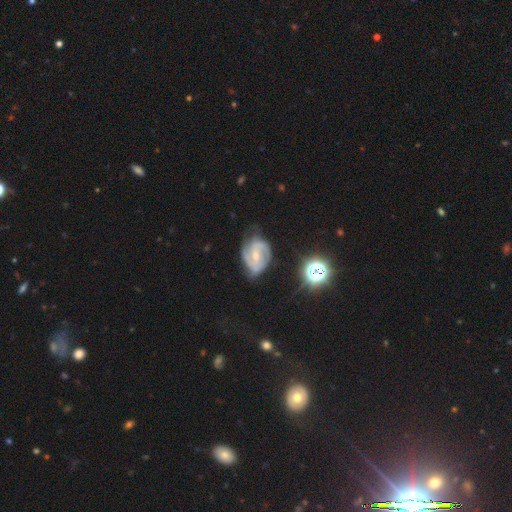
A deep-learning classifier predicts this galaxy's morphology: The model was most divided on "spiral winding": medium: 47%, tight: 36%, loose: 16%. More confident: edge-on disk — no (97%); spiral arms — yes (94%); smooth or featured — featured or disk (79%); spiral arm count — 2 (68%); merging — none (58%); bulge size — small (55%); bar — weak (51%).